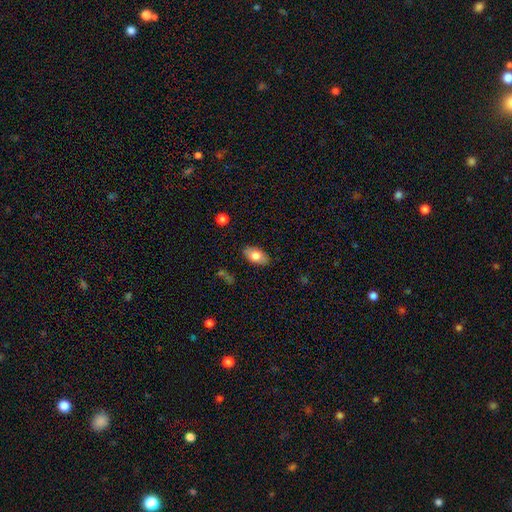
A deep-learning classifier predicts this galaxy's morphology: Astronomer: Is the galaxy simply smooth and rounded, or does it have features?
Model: smooth — 78%.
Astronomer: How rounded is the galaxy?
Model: in between — 92%.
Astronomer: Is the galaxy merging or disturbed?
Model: none — 85%.